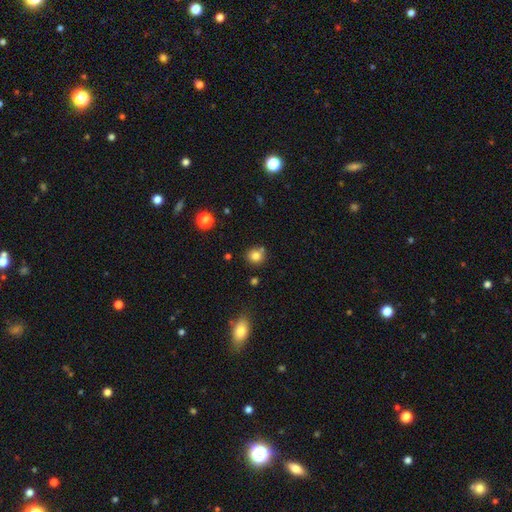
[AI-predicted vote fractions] A smooth galaxy with no disk features (81%) that is round (87%). Merging: none (75%).